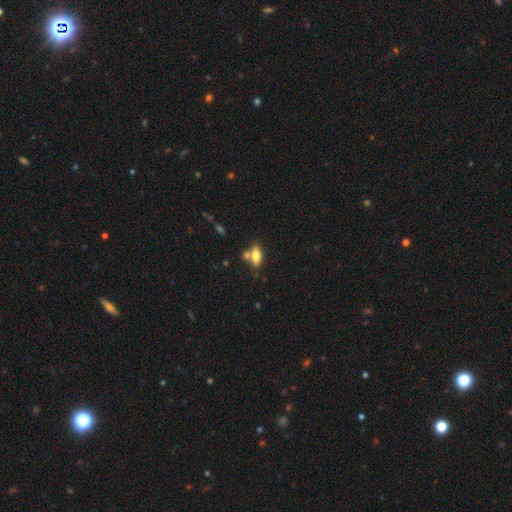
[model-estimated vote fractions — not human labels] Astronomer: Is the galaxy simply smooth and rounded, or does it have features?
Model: smooth — 71%.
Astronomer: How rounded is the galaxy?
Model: in between — 80%.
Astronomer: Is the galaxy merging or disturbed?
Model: none — 56%.